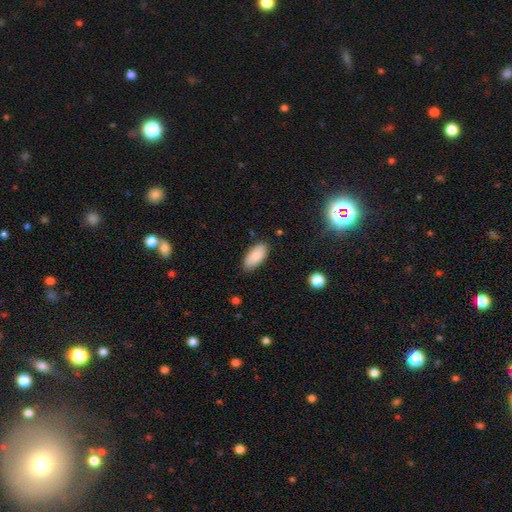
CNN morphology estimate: Q: Smooth or featured?
A: smooth (84%); runner-up: featured or disk (9%)
Q: How rounded?
A: in between (92%); runner-up: cigar-shaped (6%)
Q: Merging?
A: none (83%); runner-up: minor disturbance (13%)